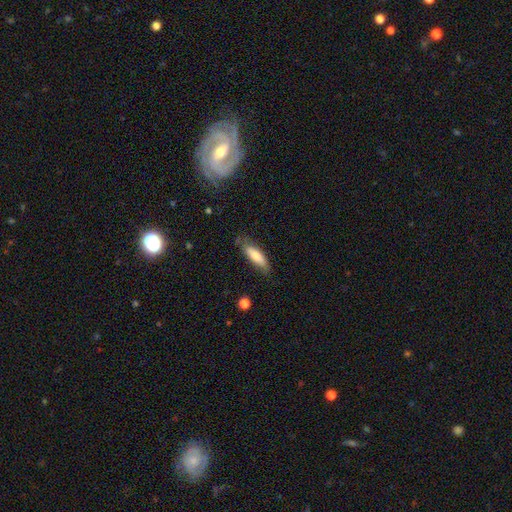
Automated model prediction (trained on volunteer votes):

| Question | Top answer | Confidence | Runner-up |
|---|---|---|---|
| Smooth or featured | smooth | 70% | featured or disk (24%) |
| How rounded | in between | 50% | cigar-shaped (49%) |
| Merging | none | 69% | minor disturbance (24%) |